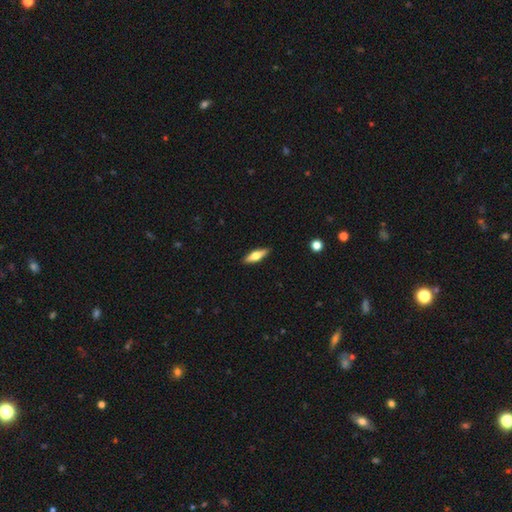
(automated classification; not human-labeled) Smooth or featured? Predicted: smooth (p=0.47, tied with featured or disk). Merging? Predicted: none (p=0.89).